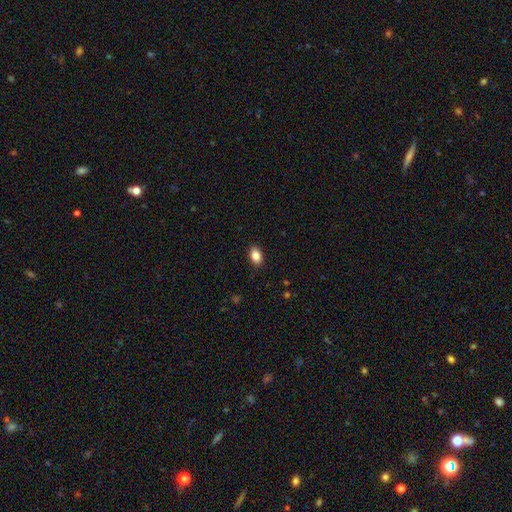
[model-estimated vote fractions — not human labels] smooth-or-featured: smooth: 87% | star or artifact: 8% | featured or disk: 5%
  how-rounded: in between: 87% | round: 12% | cigar-shaped: 1%
  merging: none: 89% | minor disturbance: 8% | major disturbance: 2% | merger: 1%